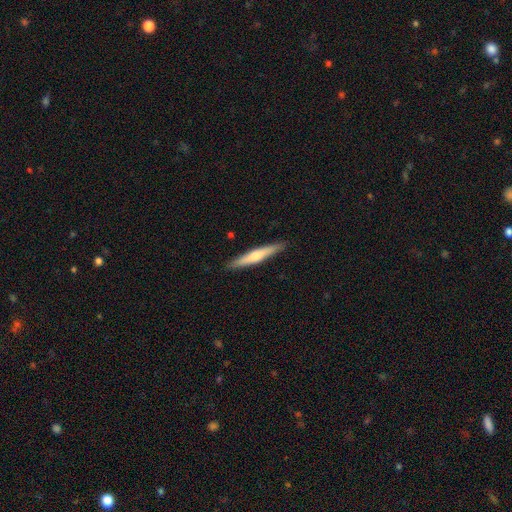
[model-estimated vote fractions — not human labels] smooth 51%, featured or disk 44%, star or artifact 5%. Down the decision tree: how rounded — cigar-shaped (93%); merging — none (90%).